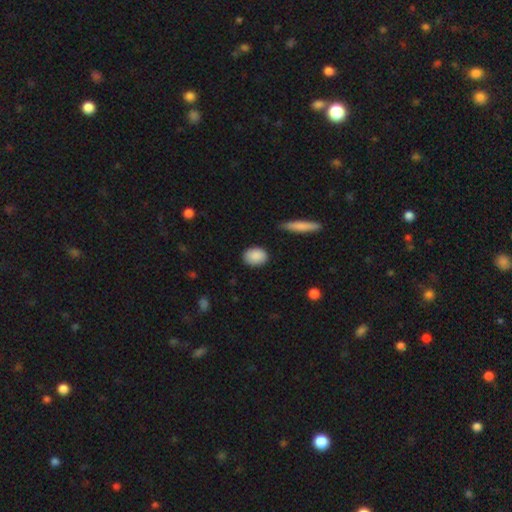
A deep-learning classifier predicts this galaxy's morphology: Smooth or featured: smooth — 89% (star or artifact — 7%)
How rounded: in between — 68% (round — 30%)
Merging: none — 84% (minor disturbance — 11%)